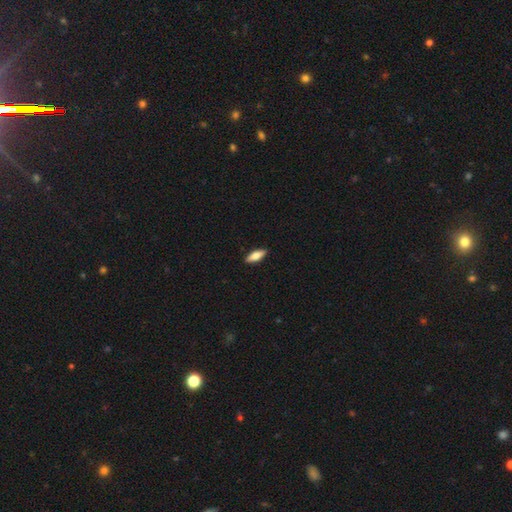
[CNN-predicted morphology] A smooth galaxy with no disk features (70%) that is in between round and cigar-shaped (62%). Merging: none (90%).